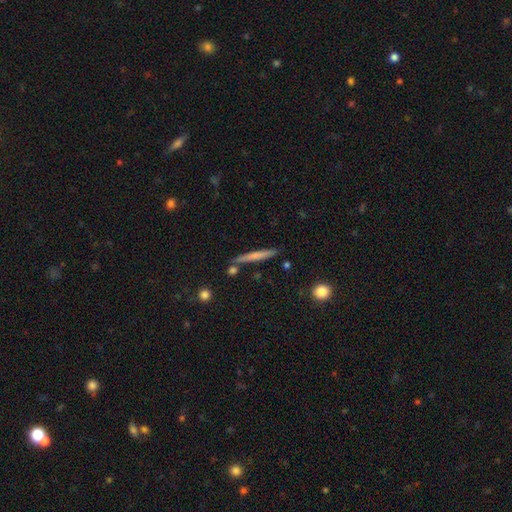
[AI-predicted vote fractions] The model was most divided on "smooth or featured": smooth: 59%, featured or disk: 34%, star or artifact: 7%. More confident: how rounded — cigar-shaped (95%); merging — none (84%).